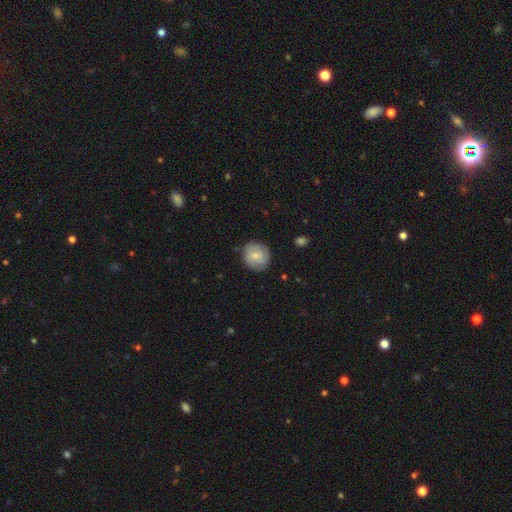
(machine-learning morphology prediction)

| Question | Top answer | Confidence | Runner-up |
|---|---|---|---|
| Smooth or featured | smooth | 57% | featured or disk (36%) |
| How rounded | round | 84% | in between (15%) |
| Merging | none | 78% | minor disturbance (16%) |